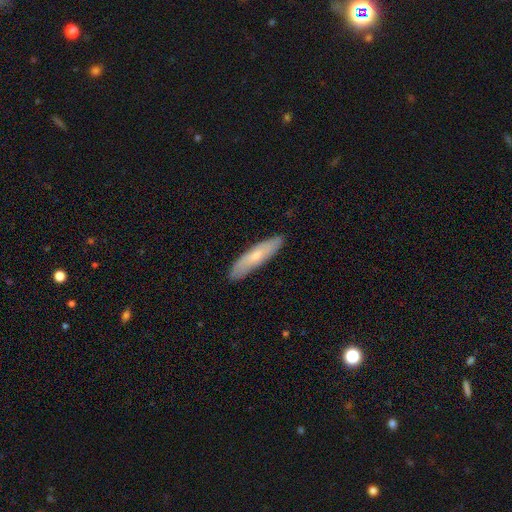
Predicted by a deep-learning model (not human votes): smooth 61%, featured or disk 33%, star or artifact 6%. Down the decision tree: how rounded — cigar-shaped (76%); merging — none (87%).